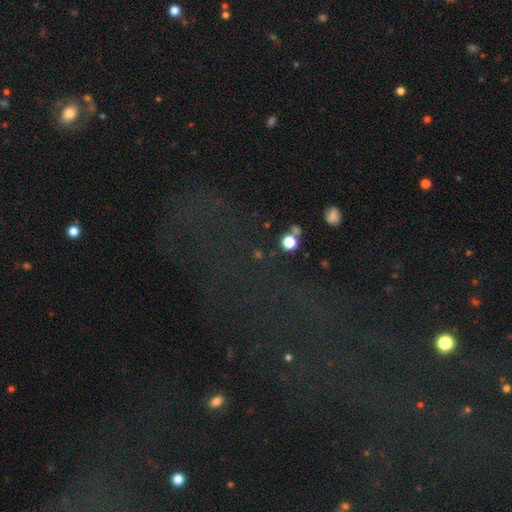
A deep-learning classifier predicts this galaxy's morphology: Q: Smooth or featured?
A: star or artifact (70%); runner-up: smooth (16%)